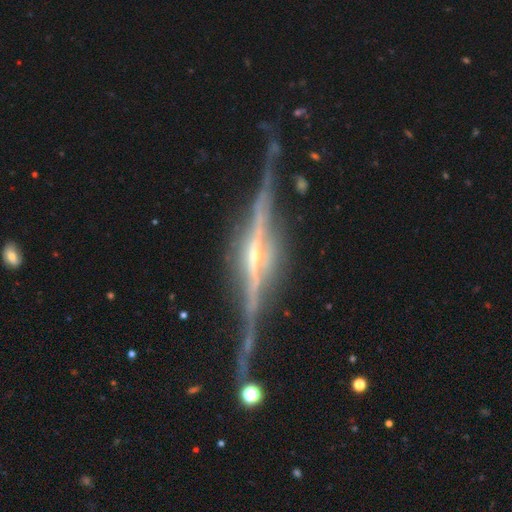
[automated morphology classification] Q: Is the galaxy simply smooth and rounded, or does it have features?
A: featured or disk — 91%.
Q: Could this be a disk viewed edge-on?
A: yes — 97%.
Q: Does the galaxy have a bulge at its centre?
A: rounded — 70%.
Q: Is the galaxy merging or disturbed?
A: none — 82%.